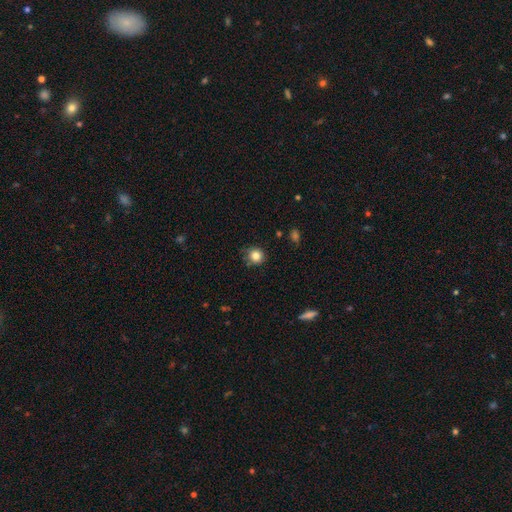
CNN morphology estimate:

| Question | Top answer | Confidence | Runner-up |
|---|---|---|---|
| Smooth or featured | smooth | 82% | star or artifact (12%) |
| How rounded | round | 90% | in between (9%) |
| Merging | none | 78% | minor disturbance (17%) |